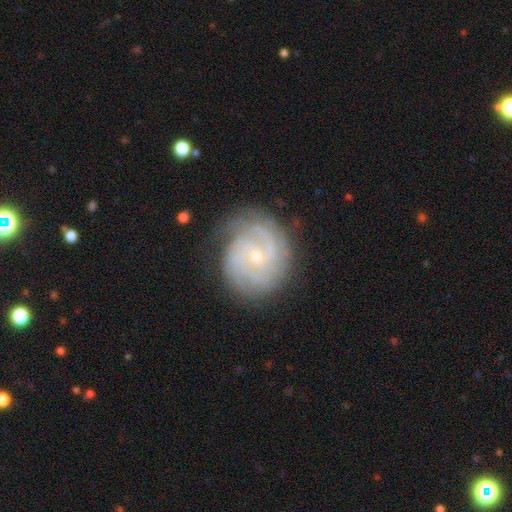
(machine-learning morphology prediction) Smooth or featured?
  - featured or disk: 86% *
  - smooth: 8%
  - star or artifact: 6%
Edge-on disk?
  - no: 98% *
  - yes: 2%
Bar?
  - no: 63% *
  - weak: 32%
  - strong: 5%
Spiral arms?
  - yes: 97% *
  - no: 3%
Spiral winding?
  - tight: 65% *
  - medium: 29%
  - loose: 5%
Spiral arm count?
  - 3: 28% *
  - 2: 25%
  - can't tell: 23%
  - 4: 12%
  - more than 4: 6%
  - 1: 6%
Bulge size?
  - small: 68% *
  - moderate: 28%
  - none: 1%
  - large: 1%
  - dominant: 1%
Merging?
  - none: 78% *
  - minor disturbance: 16%
  - major disturbance: 5%
  - merger: 1%